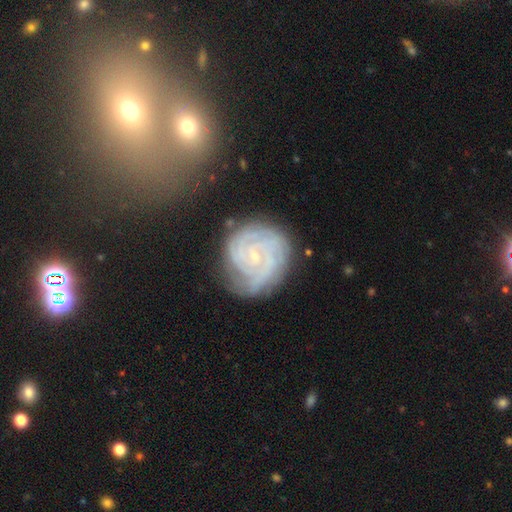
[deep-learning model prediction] Overall: featured or disk (85%). Edge-on disk: no (98%). Bar: no (66%; weak 28%). Spiral arms: yes (97%). Spiral arm count: 3 (25%; can't tell 24%). Spiral winding: tight (79%). Bulge size: small (83%). Merging: none (70%).